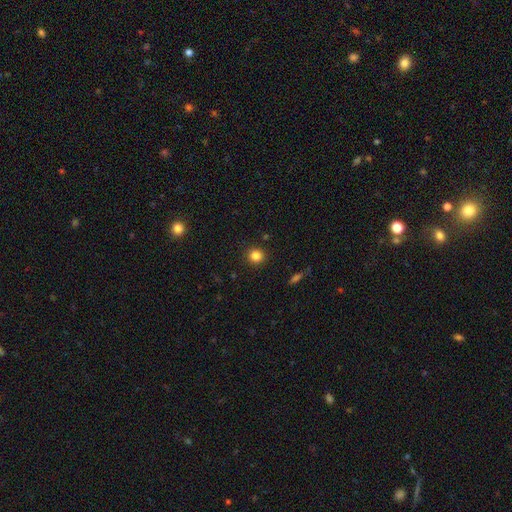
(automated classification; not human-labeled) Smooth or featured? smooth (84%)
How rounded? round (91%)
Merging? none (92%)